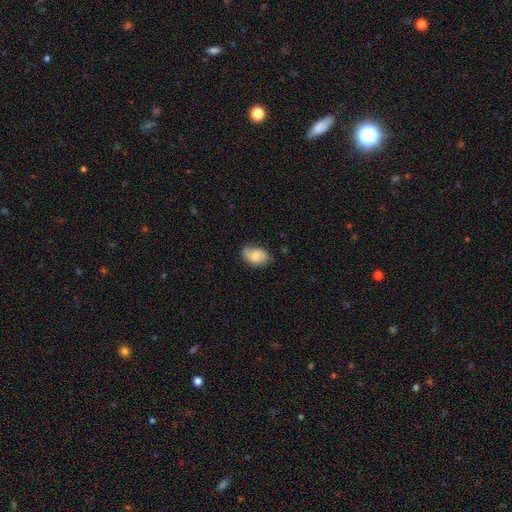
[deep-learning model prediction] smooth-or-featured: smooth: 69% | featured or disk: 23% | star or artifact: 8%
  how-rounded: in between: 83% | round: 16% | cigar-shaped: 1%
  merging: none: 65% | minor disturbance: 27% | major disturbance: 7% | merger: 1%